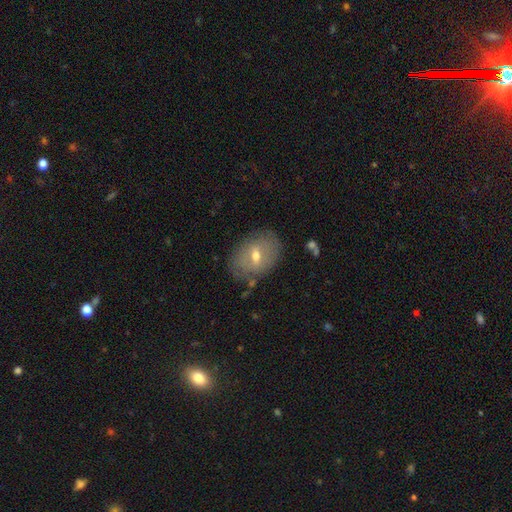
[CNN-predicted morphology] type=featured or disk (50%); merging=none (75%).